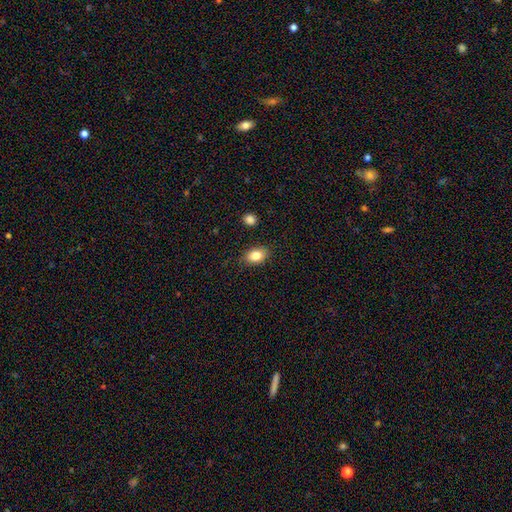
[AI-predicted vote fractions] Overall: smooth (84%). How rounded: in between (83%). Merging: none (85%).